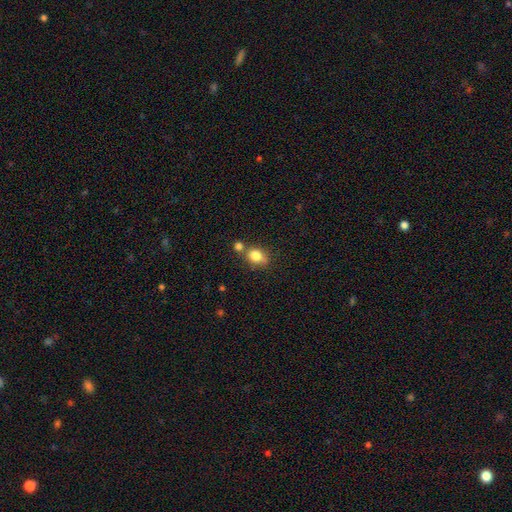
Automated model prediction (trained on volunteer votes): smooth-or-featured: smooth: 82% | star or artifact: 10% | featured or disk: 8%
  how-rounded: in between: 49% (tied) | round: 49% (tied) | cigar-shaped: 1%
  merging: none: 57% | merger: 25% | minor disturbance: 14% | major disturbance: 4%